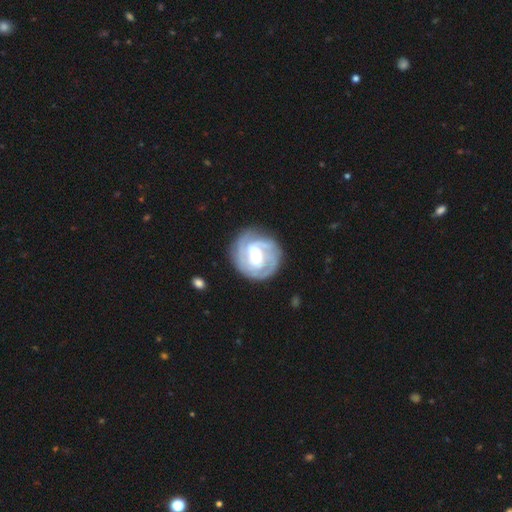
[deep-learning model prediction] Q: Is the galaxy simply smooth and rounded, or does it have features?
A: featured or disk — 85%.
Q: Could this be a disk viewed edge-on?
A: no — 98%.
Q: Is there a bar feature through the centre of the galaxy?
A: weak — 51%.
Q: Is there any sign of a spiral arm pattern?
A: yes — 95%.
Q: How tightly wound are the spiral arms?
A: tight — 68%.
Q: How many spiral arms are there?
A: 2 — 46%.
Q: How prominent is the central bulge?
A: moderate — 65%.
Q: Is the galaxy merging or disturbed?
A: none — 80%.